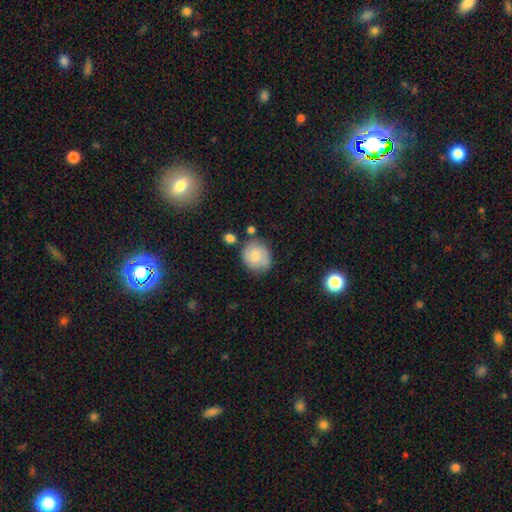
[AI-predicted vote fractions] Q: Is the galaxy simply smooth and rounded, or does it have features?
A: smooth — 76%.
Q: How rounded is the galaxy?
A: round — 81%.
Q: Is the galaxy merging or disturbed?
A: none — 67%.